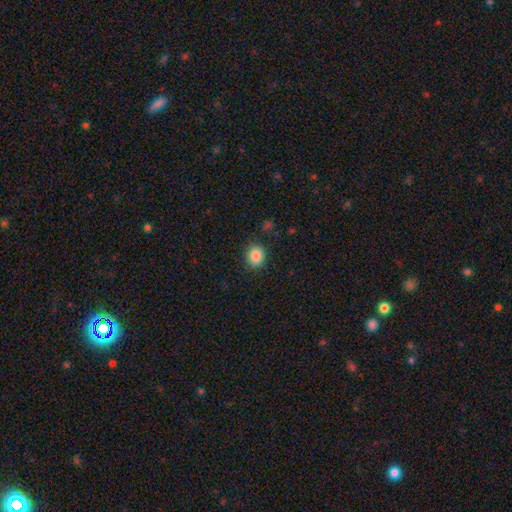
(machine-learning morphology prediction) This appears to be a smooth galaxy with no disk features (87%) that is round (77%). Merging: none (86%).